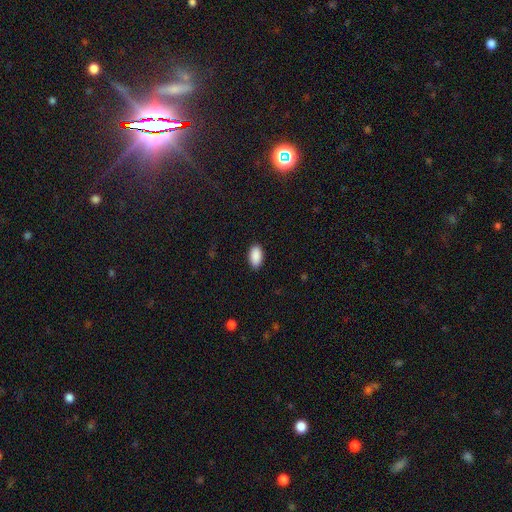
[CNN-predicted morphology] Smooth or featured: smooth — 91% (star or artifact — 7%)
How rounded: in between — 95% (round — 3%)
Merging: none — 88% (minor disturbance — 9%)